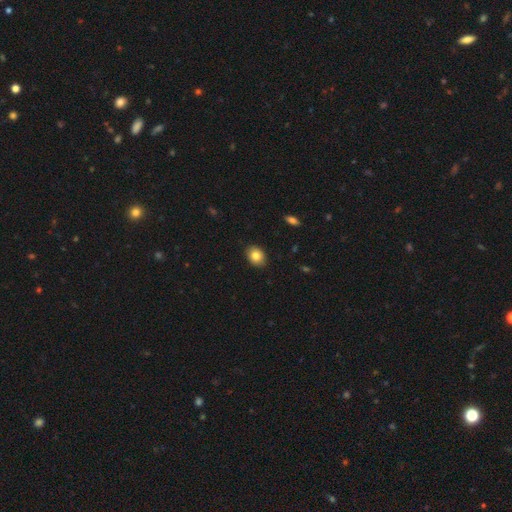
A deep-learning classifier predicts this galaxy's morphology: smooth-or-featured: smooth: 84% | star or artifact: 9% | featured or disk: 7%
  how-rounded: in between: 58% | round: 41% | cigar-shaped: 1%
  merging: none: 90% | minor disturbance: 7% | major disturbance: 2% | merger: 1%